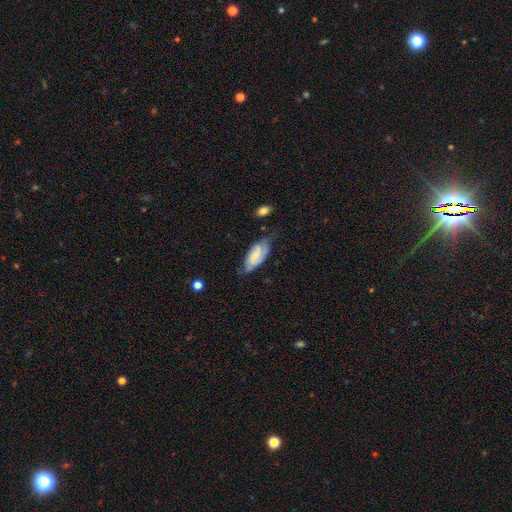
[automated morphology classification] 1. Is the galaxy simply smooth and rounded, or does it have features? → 51% featured or disk, 42% smooth, 7% star or artifact.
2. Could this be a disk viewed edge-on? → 91% no, 9% yes.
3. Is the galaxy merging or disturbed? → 53% none, 34% minor disturbance, 10% major disturbance, 3% merger.